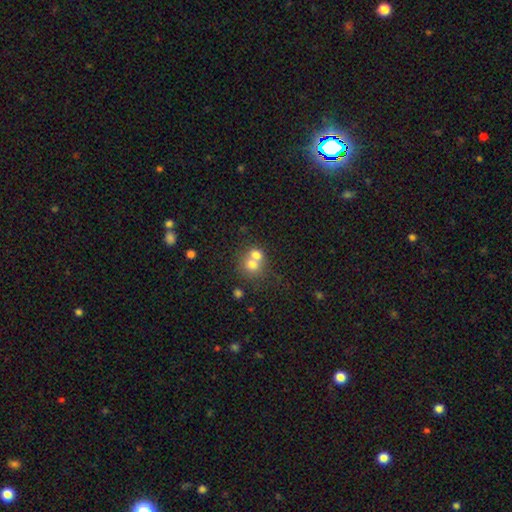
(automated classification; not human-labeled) Smooth or featured: smooth — 70% (featured or disk — 18%)
How rounded: round — 75% (in between — 24%)
Merging: merger — 64% (none — 28%)